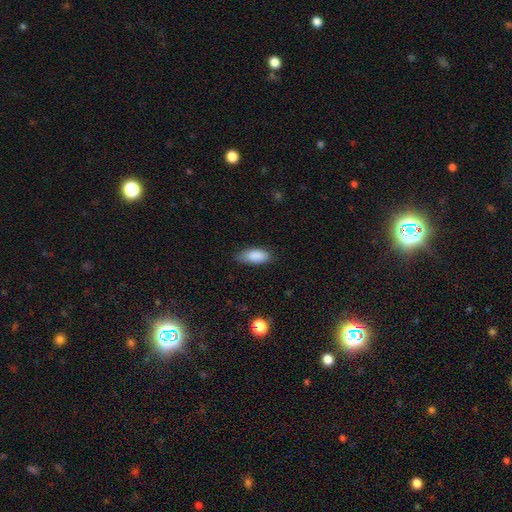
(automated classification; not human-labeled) A smooth galaxy with no disk features (88%) that is in between round and cigar-shaped (87%).

Vote fractions:
- Smooth or featured? smooth: 88% / star or artifact: 7% / featured or disk: 5%
- How rounded? in between: 87% / cigar-shaped: 11% / round: 2%
- Merging? none: 76% / minor disturbance: 20% / major disturbance: 3% / merger: 1%